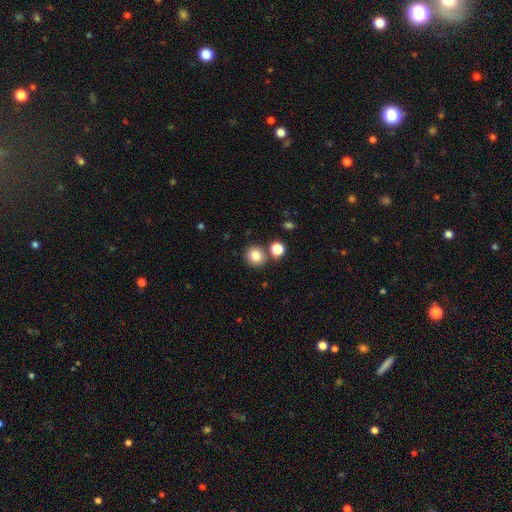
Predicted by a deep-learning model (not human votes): A smooth galaxy with no disk features (83%) that is round (88%).

Vote fractions:
- Smooth or featured? smooth: 83% / star or artifact: 11% / featured or disk: 6%
- How rounded? round: 88% / in between: 11% / cigar-shaped: 1%
- Merging? none: 77% / merger: 12% / minor disturbance: 8% / major disturbance: 3%